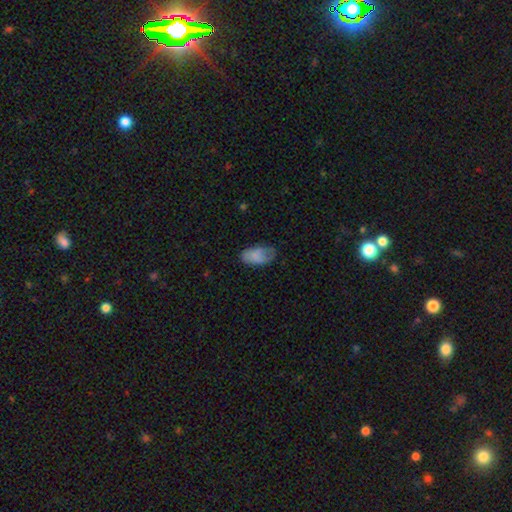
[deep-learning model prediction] smooth-or-featured: smooth: 75% | featured or disk: 16% | star or artifact: 8%
  how-rounded: in between: 94% | round: 4% | cigar-shaped: 2%
  merging: none: 57% | minor disturbance: 30% | major disturbance: 11% | merger: 2%